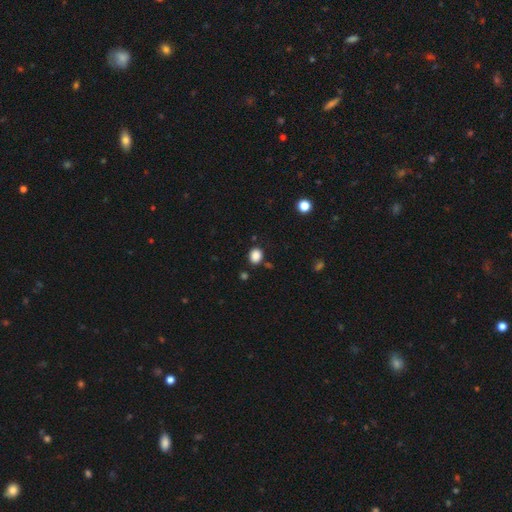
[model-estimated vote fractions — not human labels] smooth 87%, star or artifact 10%, featured or disk 3%. Down the decision tree: how rounded — round (57%); merging — none (85%).